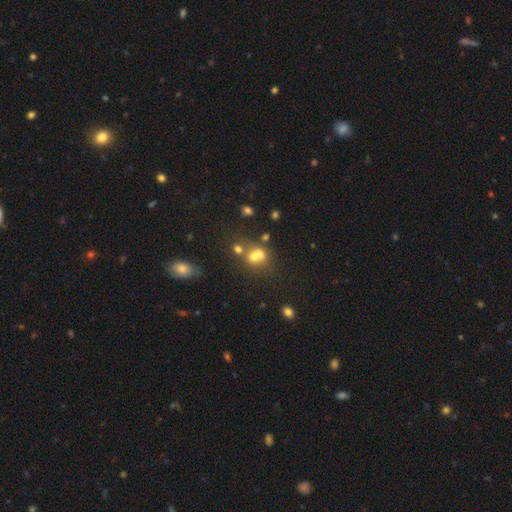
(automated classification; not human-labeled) smooth_or_featured: smooth (p=0.60) [alt: featured or disk p=0.21]
how_rounded: round (p=0.75) [alt: in between p=0.24]
merging: merger (p=0.55) [alt: none p=0.33]